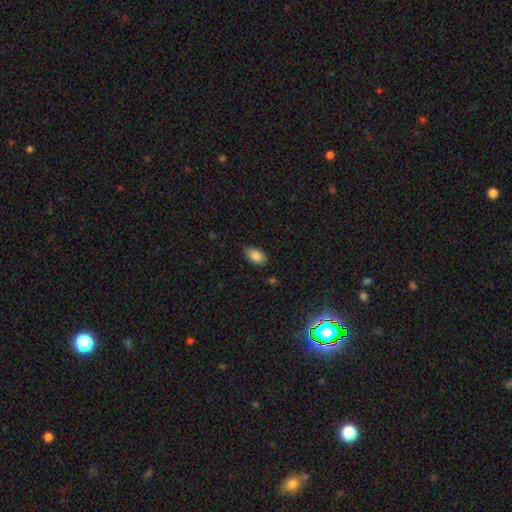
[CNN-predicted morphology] Q: Smooth or featured?
A: smooth (86%); runner-up: star or artifact (8%)
Q: How rounded?
A: in between (91%); runner-up: round (8%)
Q: Merging?
A: none (80%); runner-up: minor disturbance (16%)